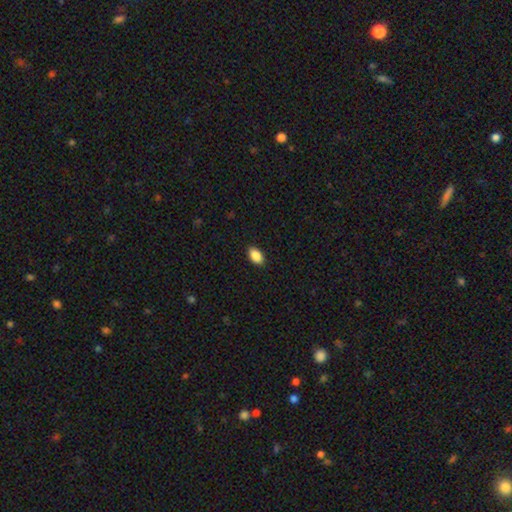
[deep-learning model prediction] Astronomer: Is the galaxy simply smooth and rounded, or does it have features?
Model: smooth — 89%.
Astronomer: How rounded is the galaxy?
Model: in between — 92%.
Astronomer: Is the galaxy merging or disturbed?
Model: none — 90%.